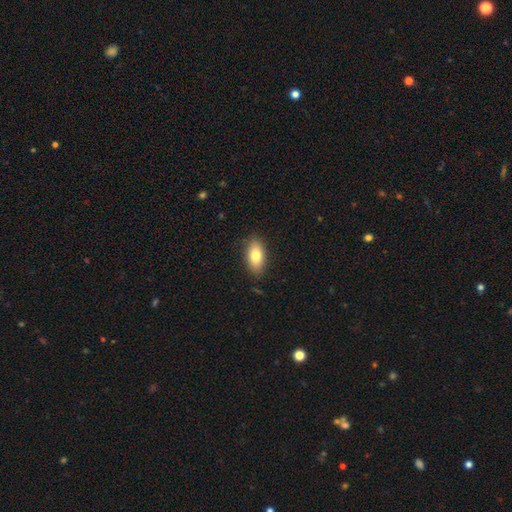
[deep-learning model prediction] smooth 79%, featured or disk 14%, star or artifact 7%. Down the decision tree: how rounded — in between (89%); merging — none (86%).